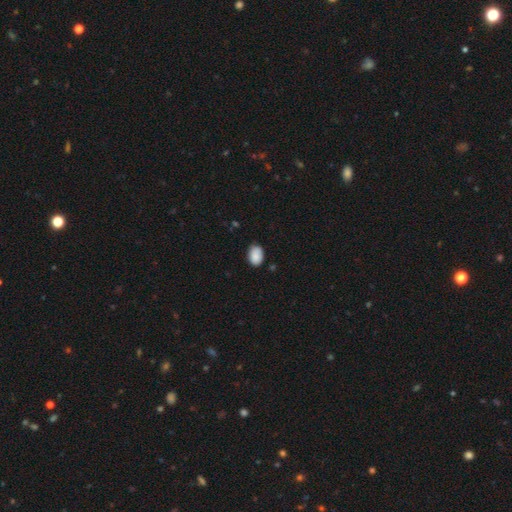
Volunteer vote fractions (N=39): A smooth galaxy with no disk features (79%) that is in between round and cigar-shaped (77%). Merging: none (67%).